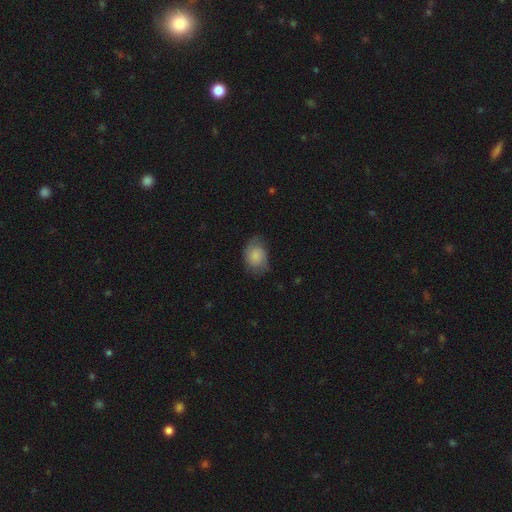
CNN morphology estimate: Smooth or featured? smooth (71%)
How rounded? in between (64%)
Merging? none (59%)